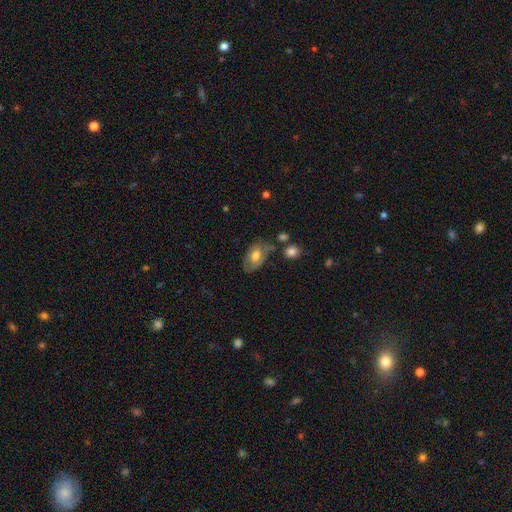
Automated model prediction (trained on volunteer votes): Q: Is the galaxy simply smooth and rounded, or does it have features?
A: smooth — 57%.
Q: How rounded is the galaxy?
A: in between — 90%.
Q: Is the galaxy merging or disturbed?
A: none — 57%.